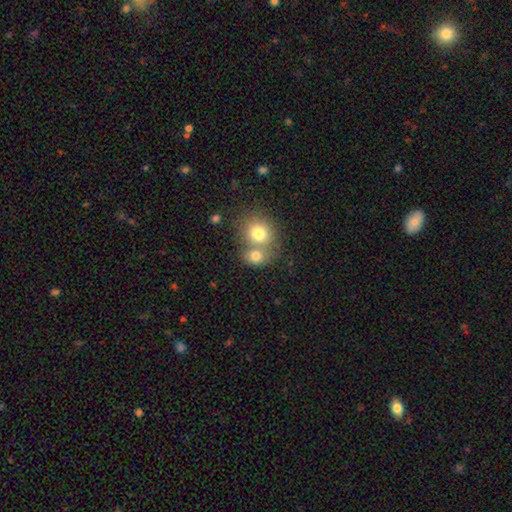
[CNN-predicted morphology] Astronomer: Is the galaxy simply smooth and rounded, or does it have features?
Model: smooth — 77%.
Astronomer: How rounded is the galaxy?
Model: round — 66%.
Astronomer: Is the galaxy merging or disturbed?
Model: merger — 57% (runner-up: none, 33%).